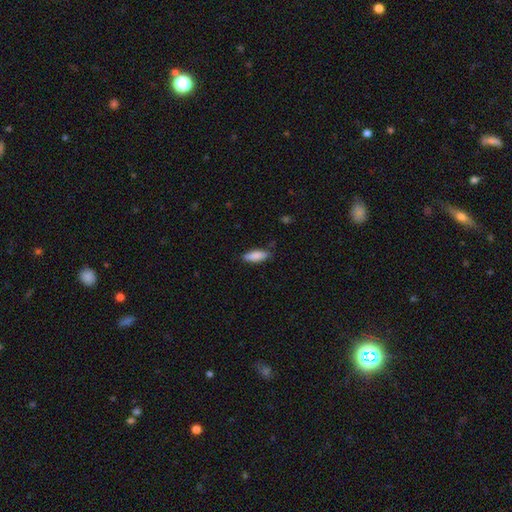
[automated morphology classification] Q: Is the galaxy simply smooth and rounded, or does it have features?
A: smooth — 87%.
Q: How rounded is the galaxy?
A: in between — 63%.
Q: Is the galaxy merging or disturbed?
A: none — 79%.